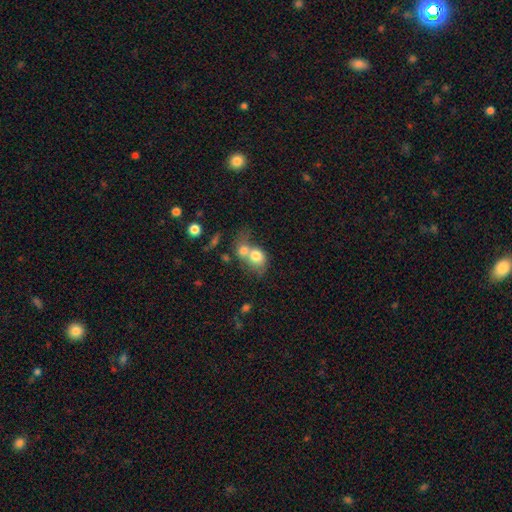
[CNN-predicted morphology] Smooth or featured? Predicted: smooth (p=0.74). How rounded? Predicted: round (p=0.58). Merging? Predicted: merger (p=0.69).